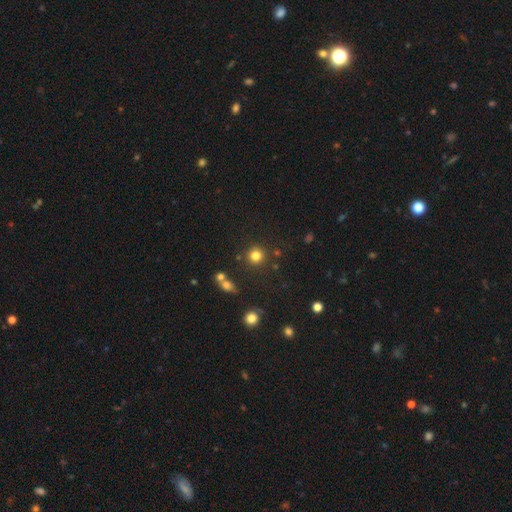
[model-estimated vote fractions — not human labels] The model was most divided on "smooth or featured": smooth: 80%, star or artifact: 14%, featured or disk: 6%. More confident: how rounded — round (92%); merging — none (84%).